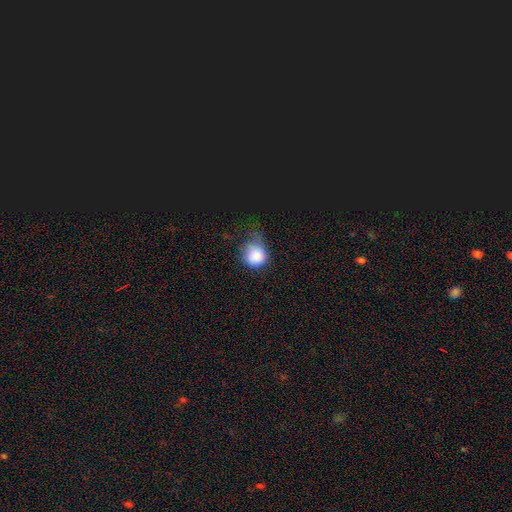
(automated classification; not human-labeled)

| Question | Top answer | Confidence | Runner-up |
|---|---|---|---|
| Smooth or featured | smooth | 84% | star or artifact (10%) |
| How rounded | round | 84% | in between (15%) |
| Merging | minor disturbance | 40% | none (39%) |